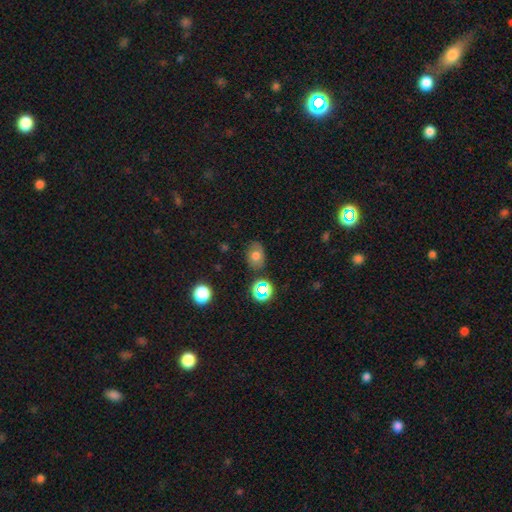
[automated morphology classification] Smooth or featured: smooth — 68% (star or artifact — 18%)
How rounded: in between — 61% (round — 37%)
Merging: none — 74% (minor disturbance — 18%)